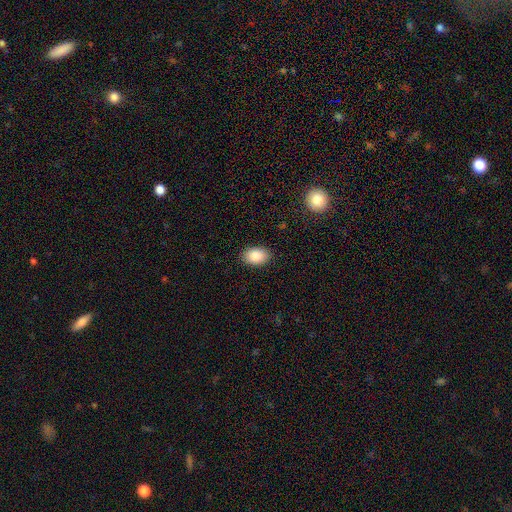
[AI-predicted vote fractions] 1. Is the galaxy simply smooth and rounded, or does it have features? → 88% smooth, 7% star or artifact, 5% featured or disk.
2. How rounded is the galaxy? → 89% in between, 10% round, 1% cigar-shaped.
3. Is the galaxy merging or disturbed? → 88% none, 9% minor disturbance, 2% major disturbance, 1% merger.